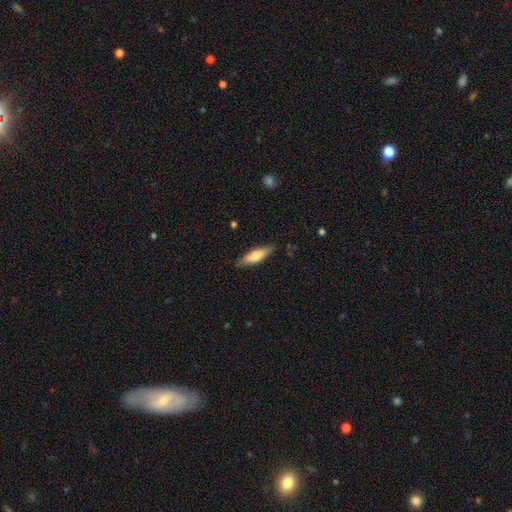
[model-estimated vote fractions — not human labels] Smooth or featured? Predicted: smooth (p=0.64). How rounded? Predicted: cigar-shaped (p=0.59). Merging? Predicted: none (p=0.85).